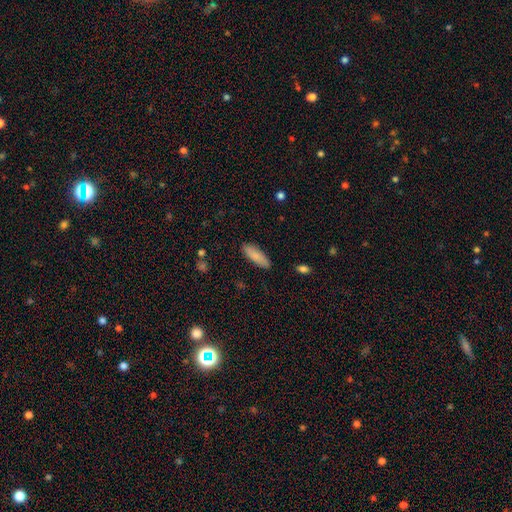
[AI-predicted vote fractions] smooth-or-featured: smooth: 86% | featured or disk: 8% | star or artifact: 6%
  how-rounded: in between: 55% | cigar-shaped: 43% | round: 2%
  merging: none: 87% | minor disturbance: 9% | major disturbance: 2% | merger: 1%